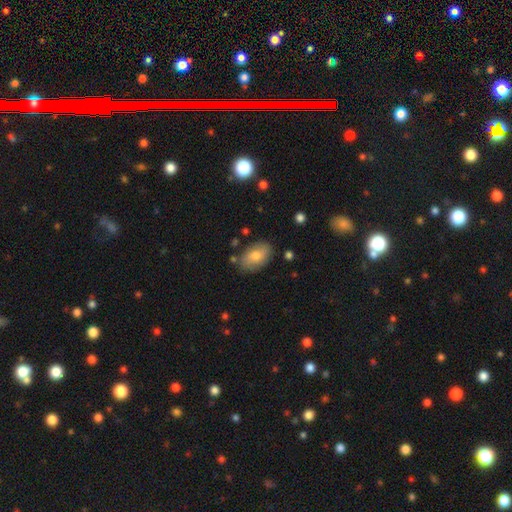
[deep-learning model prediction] A smooth galaxy with no disk features (68%) that is in between round and cigar-shaped (91%).

Vote fractions:
- Smooth or featured? smooth: 68% / featured or disk: 24% / star or artifact: 7%
- How rounded? in between: 91% / round: 8% / cigar-shaped: 2%
- Merging? none: 79% / minor disturbance: 15% / major disturbance: 3% / merger: 3%